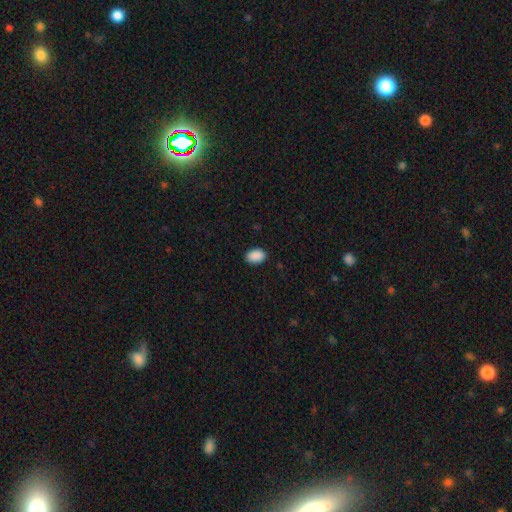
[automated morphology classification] smooth_or_featured: smooth (p=0.90) [alt: star or artifact p=0.07]
how_rounded: in between (p=0.86) [alt: round p=0.12]
merging: none (p=0.88) [alt: minor disturbance p=0.09]